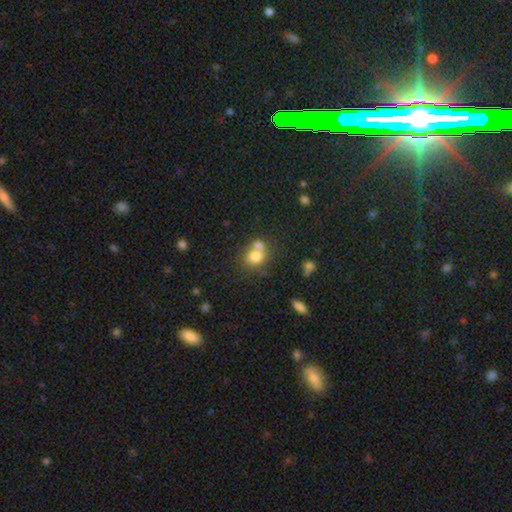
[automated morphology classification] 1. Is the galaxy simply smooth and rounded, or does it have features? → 75% smooth, 15% featured or disk, 11% star or artifact.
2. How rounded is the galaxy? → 67% round, 32% in between, 1% cigar-shaped.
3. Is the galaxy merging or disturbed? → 51% merger, 36% none, 9% minor disturbance, 4% major disturbance.